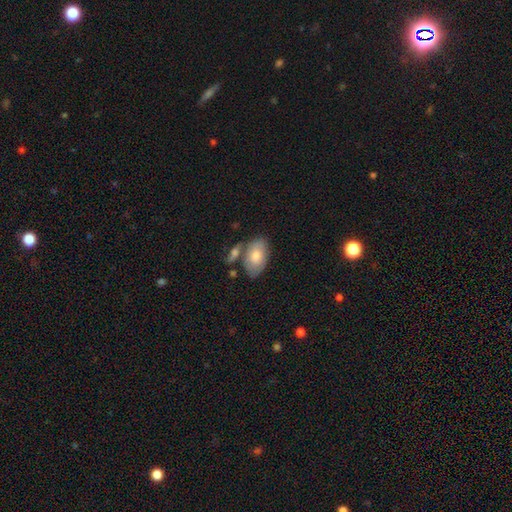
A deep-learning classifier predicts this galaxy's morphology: Smooth or featured? smooth (70%)
How rounded? in between (92%)
Merging? none (61%)